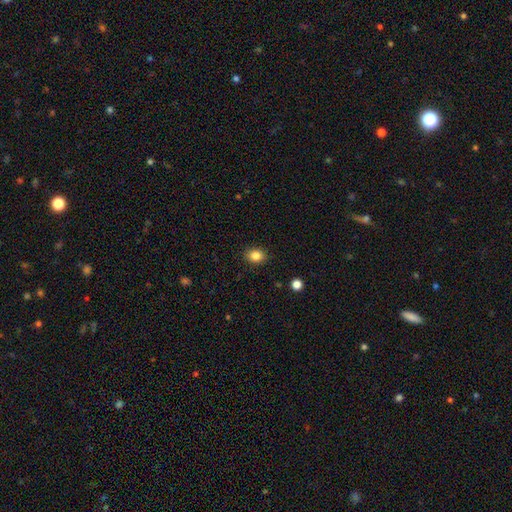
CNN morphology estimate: A smooth galaxy with no disk features (84%) that is in between round and cigar-shaped (53%). Merging: none (89%).